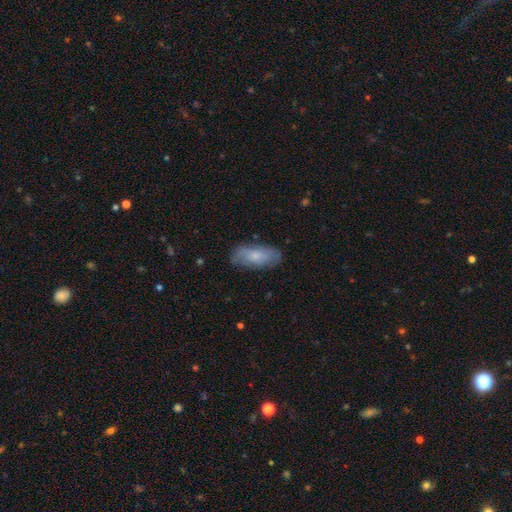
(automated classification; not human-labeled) Morphology: type=smooth (60%); roundness=in between (82%); merging=none (73%).